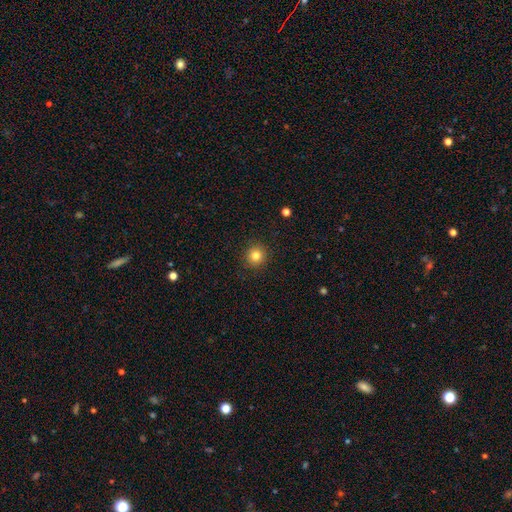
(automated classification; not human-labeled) Q: Smooth or featured?
A: smooth (82%); runner-up: star or artifact (12%)
Q: How rounded?
A: round (94%); runner-up: in between (5%)
Q: Merging?
A: none (91%); runner-up: minor disturbance (6%)